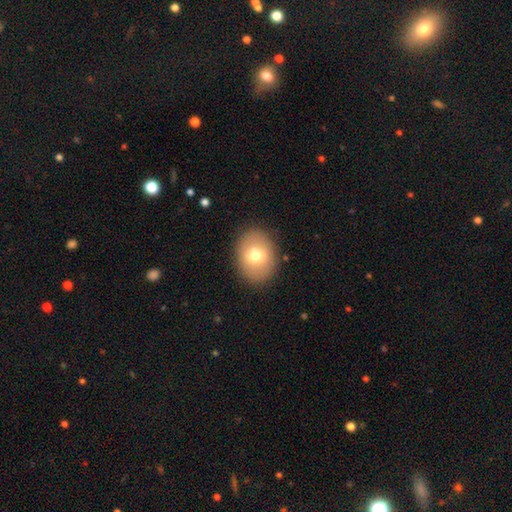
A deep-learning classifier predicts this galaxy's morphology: This appears to be a smooth galaxy with no disk features (70%) that is in between round and cigar-shaped (58%). Merging: none (86%).